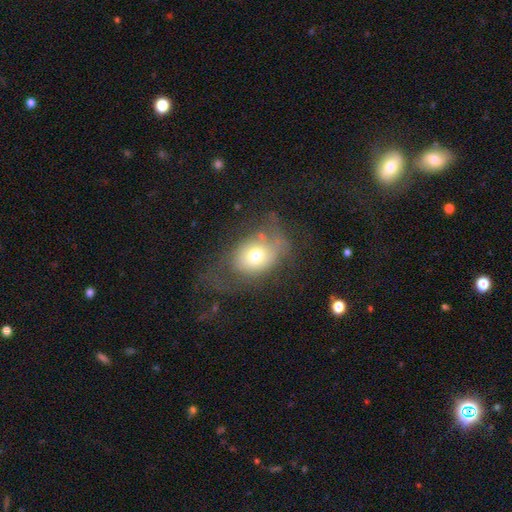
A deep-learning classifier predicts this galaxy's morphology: Smooth or featured?
  - smooth: 61% *
  - featured or disk: 28%
  - star or artifact: 11%
How rounded?
  - in between: 61% *
  - round: 38%
  - cigar-shaped: 1%
Merging?
  - none: 36% *
  - major disturbance: 34%
  - minor disturbance: 26%
  - merger: 3%